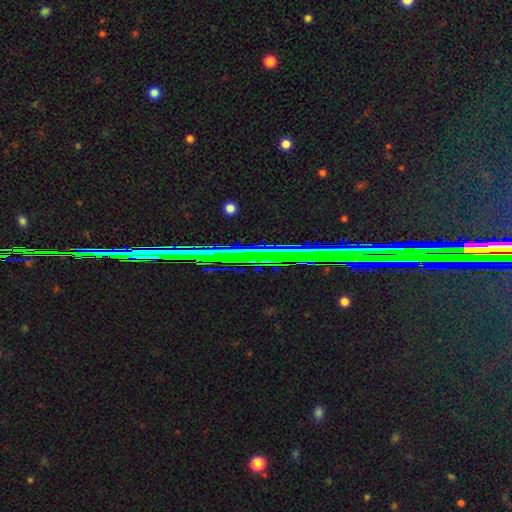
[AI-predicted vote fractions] Smooth or featured? Predicted: star or artifact (p=0.83).